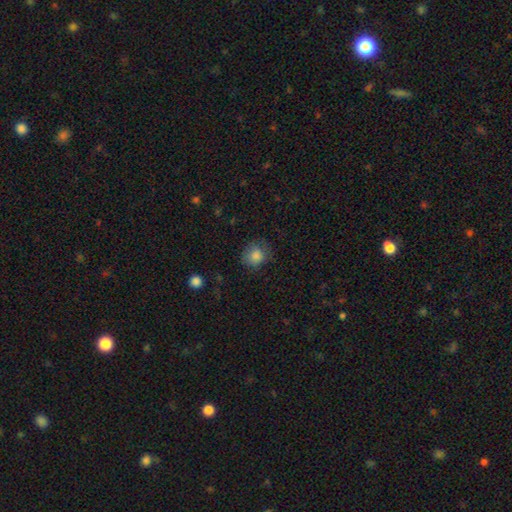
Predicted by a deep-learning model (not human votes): Q: Smooth or featured?
A: smooth (83%); runner-up: star or artifact (10%)
Q: How rounded?
A: round (79%); runner-up: in between (20%)
Q: Merging?
A: none (69%); runner-up: minor disturbance (21%)